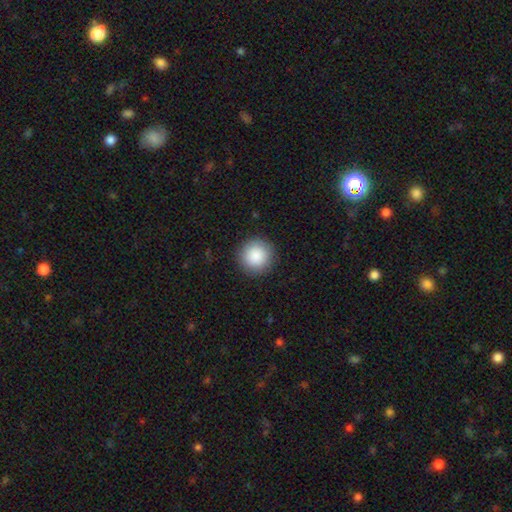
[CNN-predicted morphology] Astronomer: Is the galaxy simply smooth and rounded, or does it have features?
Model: smooth — 87%.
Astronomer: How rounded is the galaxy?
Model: round — 96%.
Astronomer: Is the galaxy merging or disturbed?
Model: none — 91%.